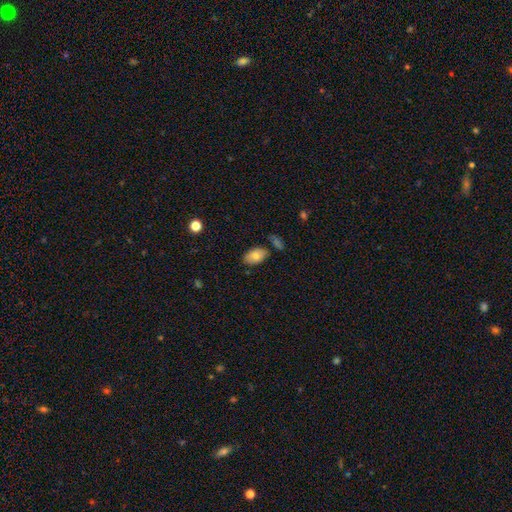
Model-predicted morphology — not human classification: smooth-or-featured: smooth: 78% | featured or disk: 14% | star or artifact: 7%
  how-rounded: in between: 92% | round: 6% | cigar-shaped: 2%
  merging: none: 75% | minor disturbance: 16% | merger: 6% | major disturbance: 3%